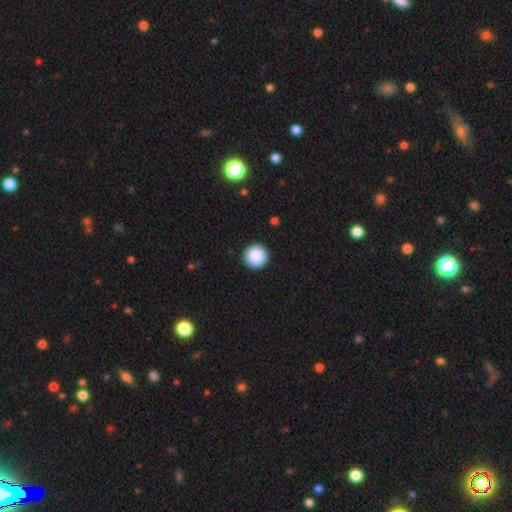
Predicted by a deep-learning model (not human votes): smooth 89%, star or artifact 8%, featured or disk 3%. Down the decision tree: how rounded — round (96%); merging — none (92%).